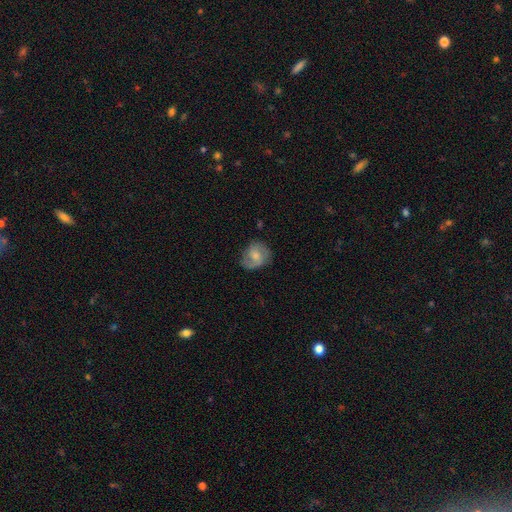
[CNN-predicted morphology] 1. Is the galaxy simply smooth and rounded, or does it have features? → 47% smooth, 46% featured or disk, 7% star or artifact.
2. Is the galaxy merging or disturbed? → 63% none, 24% minor disturbance, 11% major disturbance, 2% merger.